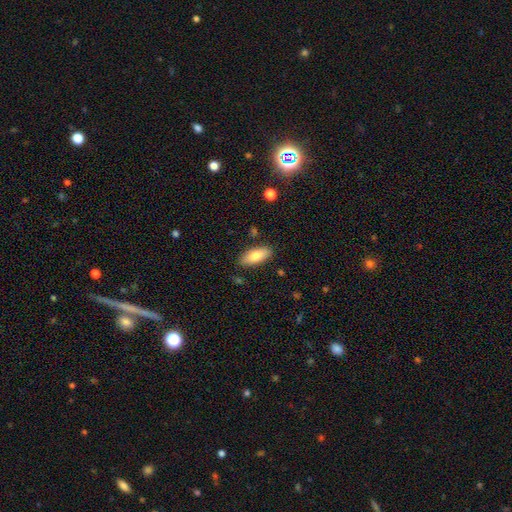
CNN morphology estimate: This is likely a smooth galaxy (79%). How rounded: clearly in between (82%). Merging: clearly none (85%).